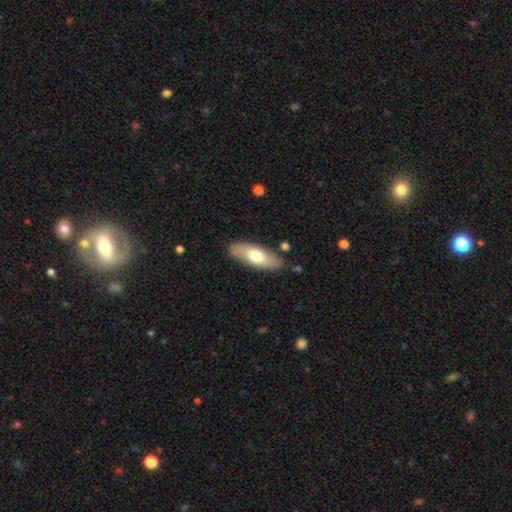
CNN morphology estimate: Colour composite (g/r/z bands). It shows a smooth galaxy with no disk features (64%) that is in between round and cigar-shaped (71%). Merging: none (83%).